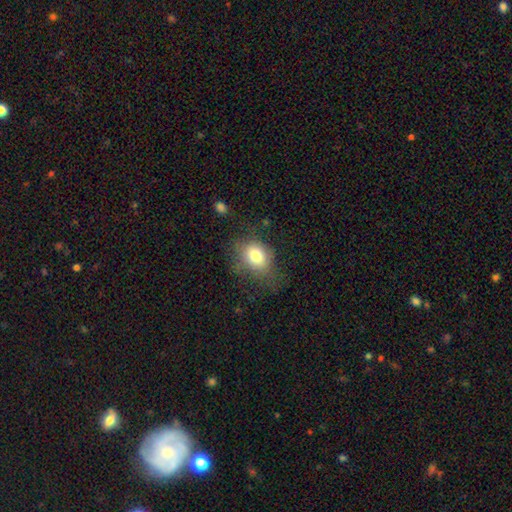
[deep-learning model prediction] Smooth or featured? Predicted: smooth (p=0.77). How rounded? Predicted: in between (p=0.54). Merging? Predicted: none (p=0.58).